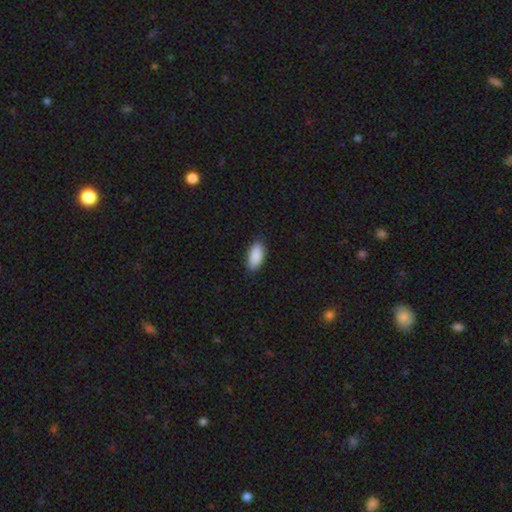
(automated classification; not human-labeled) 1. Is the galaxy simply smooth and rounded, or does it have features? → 90% smooth, 6% star or artifact, 4% featured or disk.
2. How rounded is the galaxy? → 92% in between, 6% cigar-shaped, 2% round.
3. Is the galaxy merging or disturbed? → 85% none, 11% minor disturbance, 2% major disturbance, 1% merger.